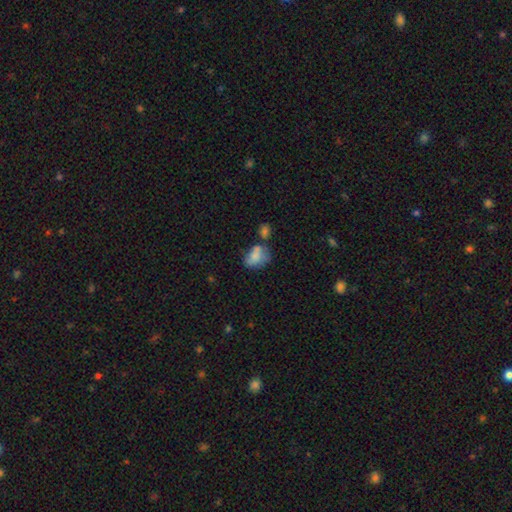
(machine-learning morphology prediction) Smooth or featured?
  - smooth: 72% *
  - featured or disk: 19%
  - star or artifact: 9%
How rounded?
  - in between: 75% *
  - round: 23%
  - cigar-shaped: 1%
Merging?
  - none: 33% *
  - merger: 30%
  - minor disturbance: 25%
  - major disturbance: 13%